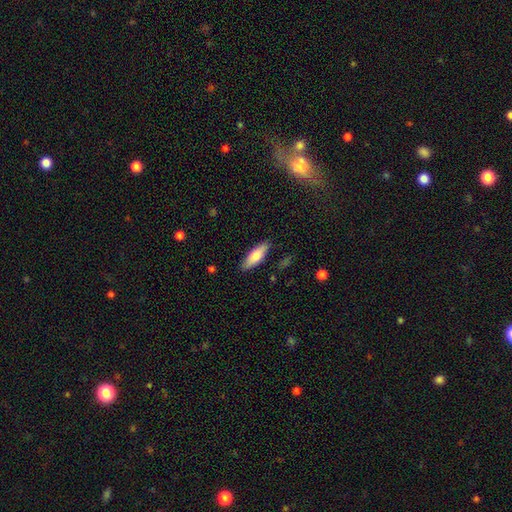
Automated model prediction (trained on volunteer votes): This appears to be a smooth galaxy with no disk features (68%) that is in between round and cigar-shaped (53%). Merging: none (87%).